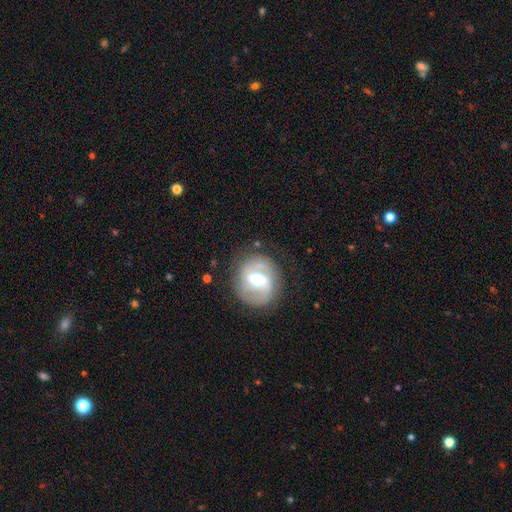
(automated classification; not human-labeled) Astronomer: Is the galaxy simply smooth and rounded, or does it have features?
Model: featured or disk — 78%.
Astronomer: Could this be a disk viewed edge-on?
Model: no — 97%.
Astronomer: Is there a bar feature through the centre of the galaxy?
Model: weak — 47% (runner-up: strong, 34%).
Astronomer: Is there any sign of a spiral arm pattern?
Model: yes — 86%.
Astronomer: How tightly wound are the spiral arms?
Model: medium — 44% (runner-up: tight, 32%).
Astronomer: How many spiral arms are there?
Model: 2 — 82%.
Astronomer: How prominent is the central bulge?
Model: moderate — 71%.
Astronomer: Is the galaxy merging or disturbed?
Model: none — 81%.